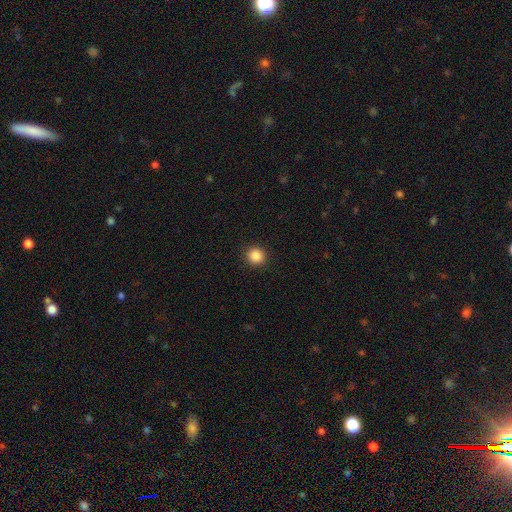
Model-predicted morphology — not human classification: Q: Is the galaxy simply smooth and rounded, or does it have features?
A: smooth — 87%.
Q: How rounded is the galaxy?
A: round — 91%.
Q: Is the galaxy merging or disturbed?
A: none — 92%.